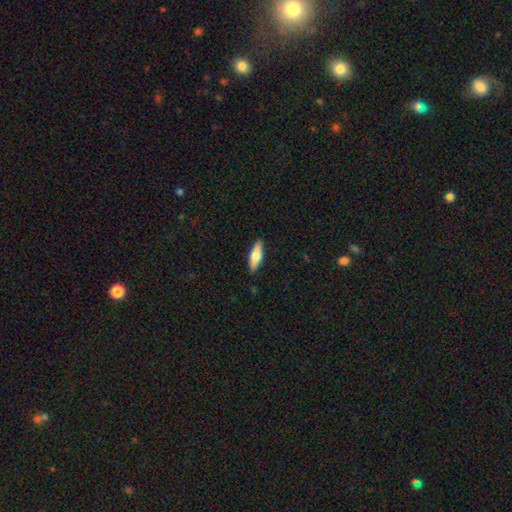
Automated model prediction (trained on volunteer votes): Smooth or featured? smooth (59%)
How rounded? cigar-shaped (52%)
Merging? none (89%)